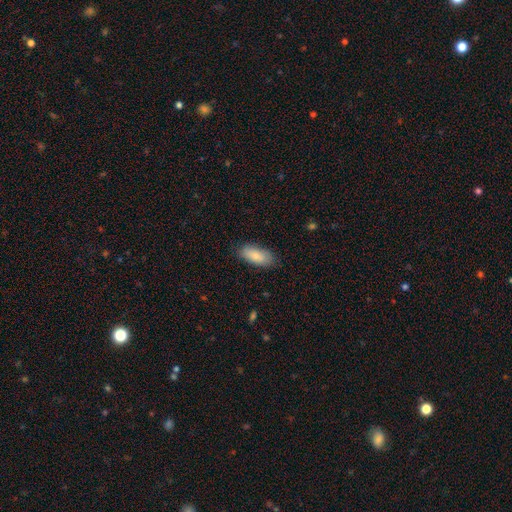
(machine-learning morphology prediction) Smooth or featured? Predicted: smooth (p=0.85). How rounded? Predicted: in between (p=0.86). Merging? Predicted: none (p=0.81).